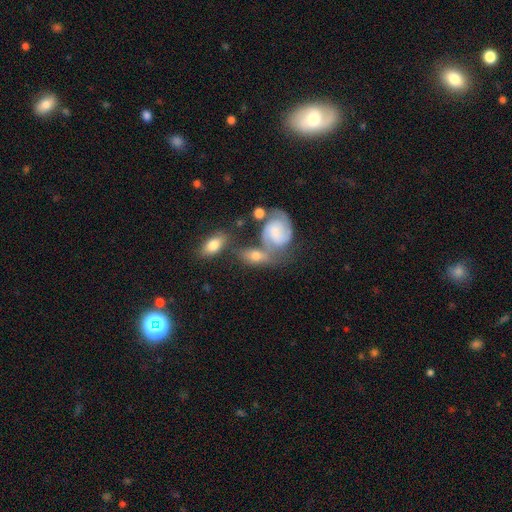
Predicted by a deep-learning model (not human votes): This appears to be a featured or disk galaxy (47%). Merging: none (38%).